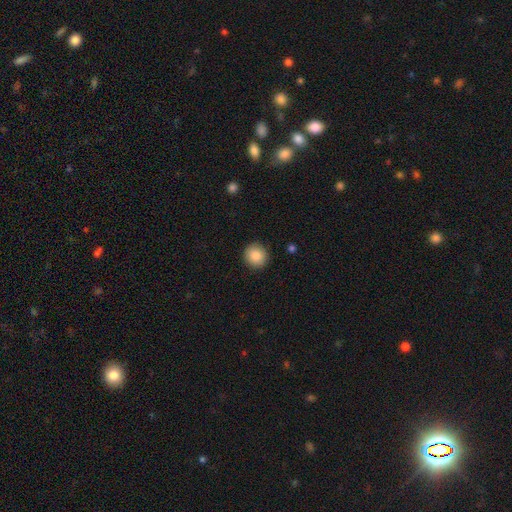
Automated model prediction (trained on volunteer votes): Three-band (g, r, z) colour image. It shows a smooth galaxy with no disk features (88%) that is round (90%). Merging: none (90%).